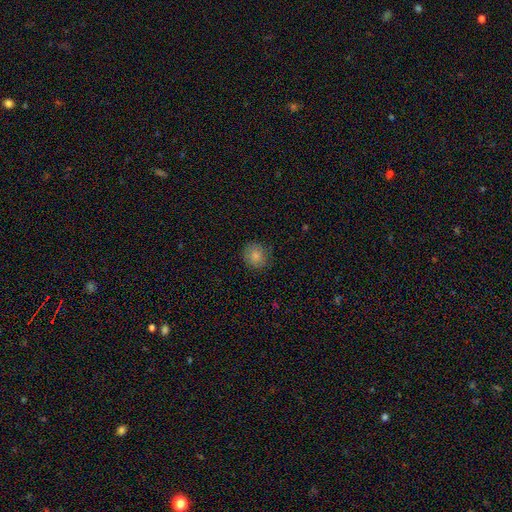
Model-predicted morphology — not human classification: Smooth or featured: smooth — 83% (star or artifact — 9%)
How rounded: round — 86% (in between — 13%)
Merging: none — 83% (minor disturbance — 13%)